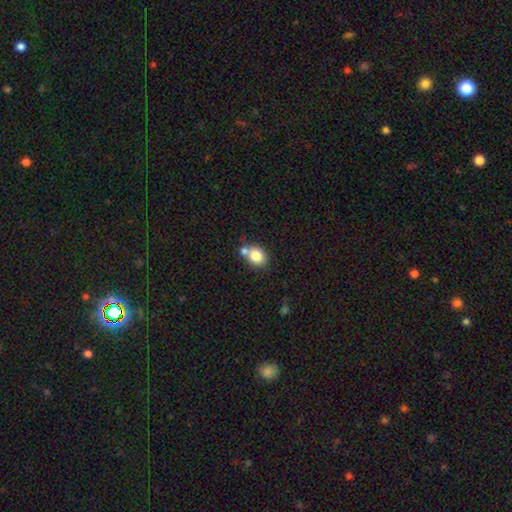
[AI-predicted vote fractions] Smooth or featured? smooth (81%)
How rounded? round (57%)
Merging? none (49%)